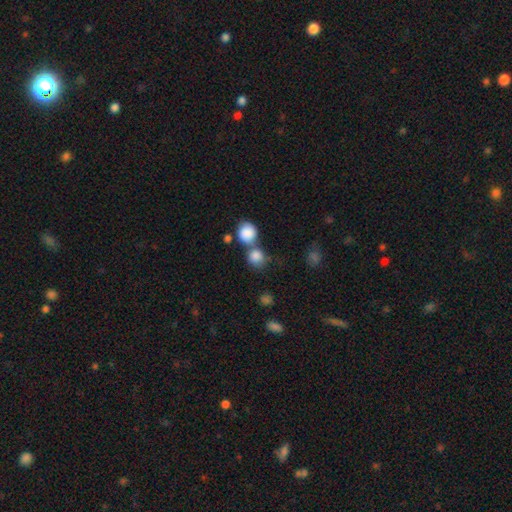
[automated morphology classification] A smooth galaxy with no disk features (85%) that is round (83%). Merging: merger (47%).